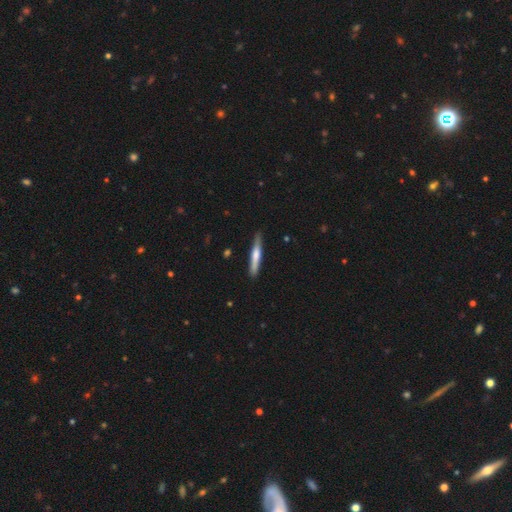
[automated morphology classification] A smooth galaxy with no disk features (52%) that is cigar-shaped (94%).

Vote fractions:
- Smooth or featured? smooth: 52% / featured or disk: 43% / star or artifact: 5%
- How rounded? cigar-shaped: 94% / in between: 5% / round: 1%
- Merging? none: 86% / minor disturbance: 11% / major disturbance: 2% / merger: 1%